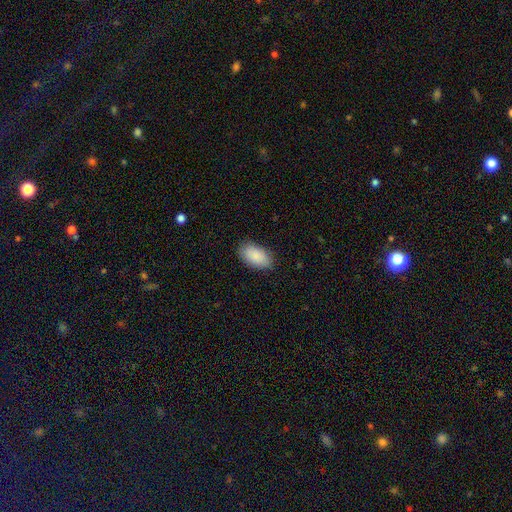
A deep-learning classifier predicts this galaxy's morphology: smooth 89%, star or artifact 6%, featured or disk 5%. Down the decision tree: how rounded — in between (95%); merging — none (85%).